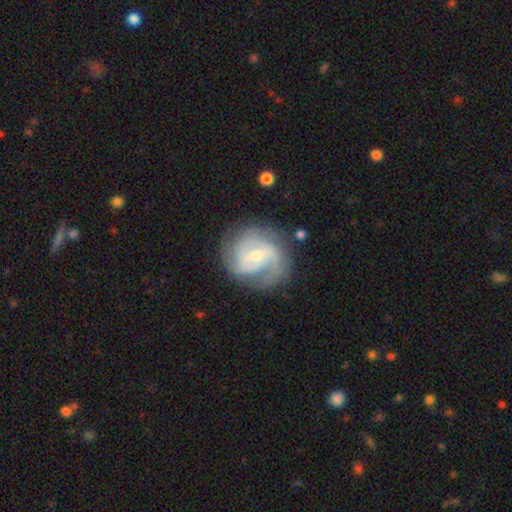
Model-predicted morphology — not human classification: A featured or disk galaxy (86%) with a weak bar (53%), 2 (38%) medium (46%) spiral arms (96%) and a small central bulge (64%).

Vote fractions:
- Smooth or featured? featured or disk: 86% / smooth: 9% / star or artifact: 5%
- Edge-on disk? no: 98% / yes: 2%
- Bar? weak: 53% / no: 27% / strong: 19%
- Spiral arms? yes: 96% / no: 4%
- Spiral winding? medium: 46% / tight: 39% / loose: 15%
- Spiral arm count? 2: 38% / 3: 30% / can't tell: 17% / 4: 6% / 1: 5% / more than 4: 4%
- Bulge size? small: 64% / moderate: 31% / none: 3% / large: 2% / dominant: 1%
- Merging? none: 71% / minor disturbance: 18% / major disturbance: 10% / merger: 2%